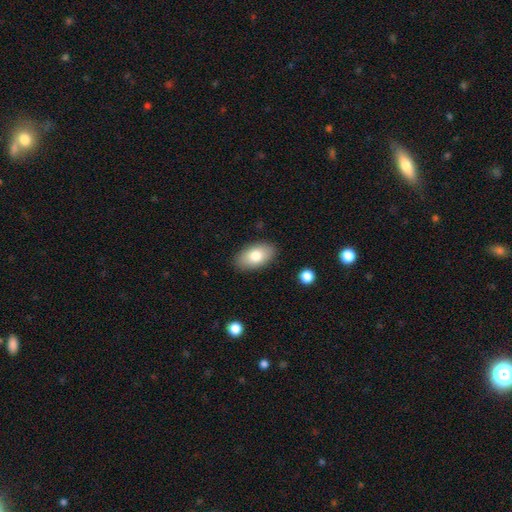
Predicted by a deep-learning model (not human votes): The model was most divided on "smooth or featured": smooth: 78%, featured or disk: 15%, star or artifact: 7%. More confident: how rounded — in between (93%); merging — none (87%).